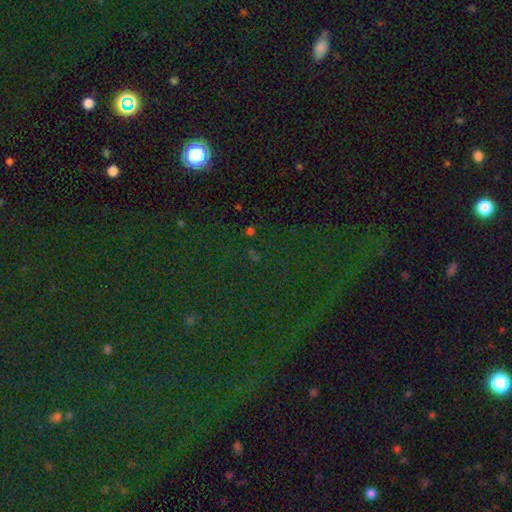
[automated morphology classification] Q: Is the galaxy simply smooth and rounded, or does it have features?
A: star or artifact — 76%.